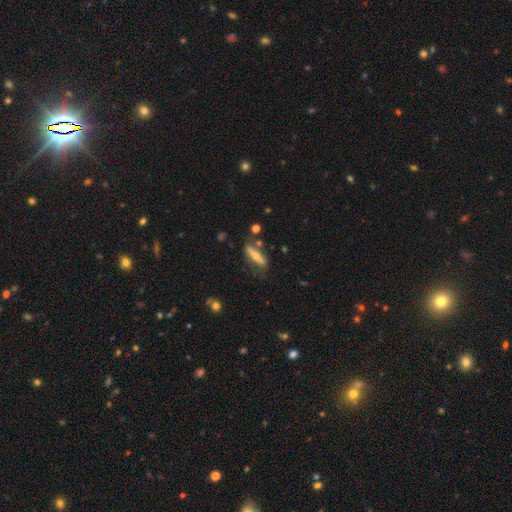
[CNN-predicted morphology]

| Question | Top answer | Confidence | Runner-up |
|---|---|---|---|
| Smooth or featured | featured or disk | 47% | smooth (46%) |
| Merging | none | 65% | minor disturbance (20%) |